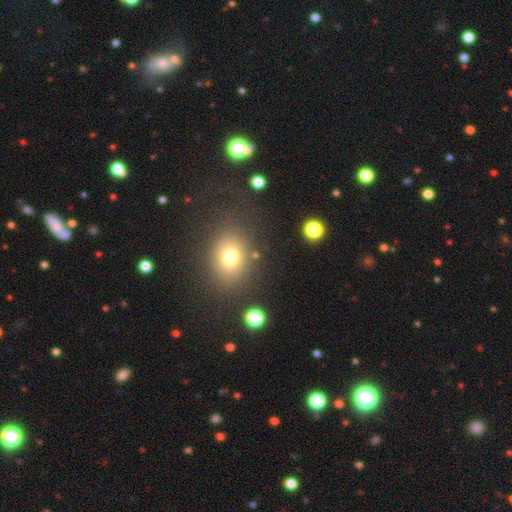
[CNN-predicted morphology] The model was most divided on "how rounded": in between: 53%, round: 46%, cigar-shaped: 1%. More confident: merging — none (79%); smooth or featured — smooth (72%).